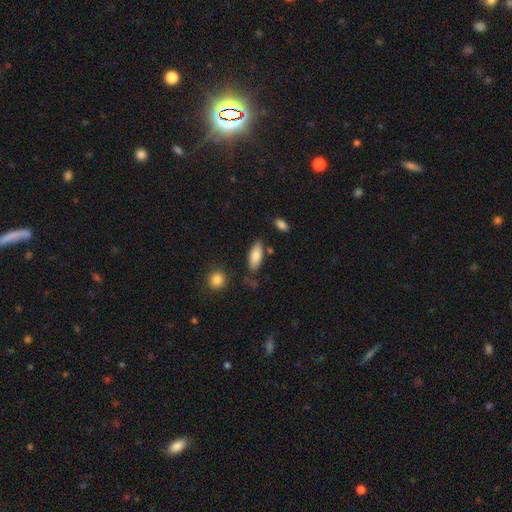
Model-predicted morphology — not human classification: A smooth galaxy with no disk features (81%) that is in between round and cigar-shaped (81%). Merging: none (74%).